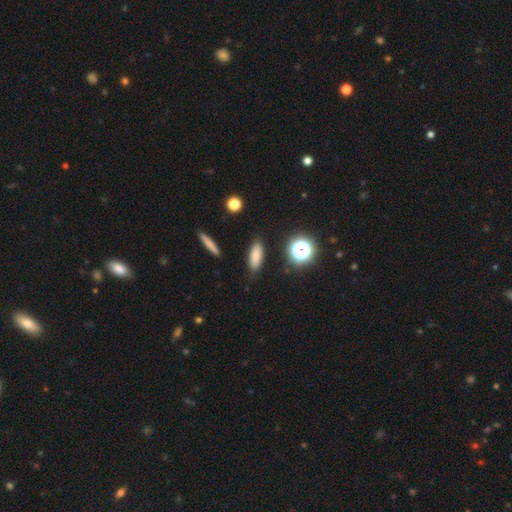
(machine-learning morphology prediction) Overall: smooth (80%). How rounded: in between (64%; cigar-shaped 31%). Merging: none (86%).